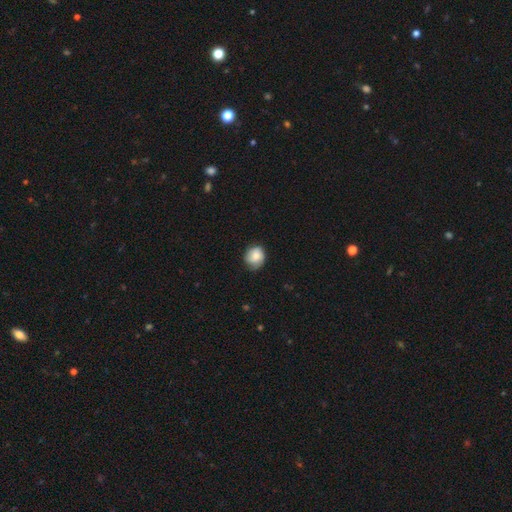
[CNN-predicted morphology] Smooth or featured? smooth (73%)
How rounded? round (75%)
Merging? none (67%)